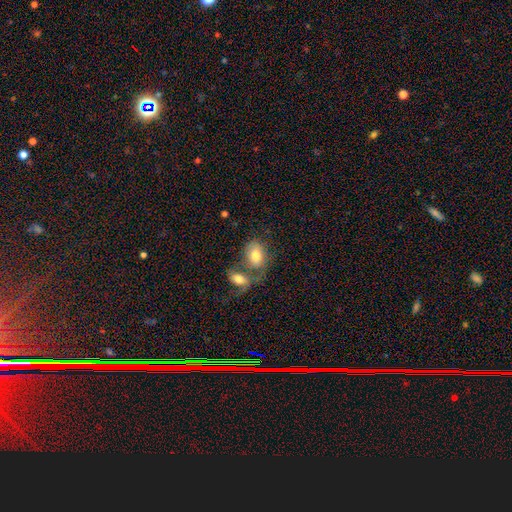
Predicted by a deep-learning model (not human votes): smooth_or_featured: smooth (p=0.74) [alt: featured or disk p=0.19]
how_rounded: in between (p=0.76) [alt: round p=0.22]
merging: merger (p=0.57) [alt: none p=0.25]